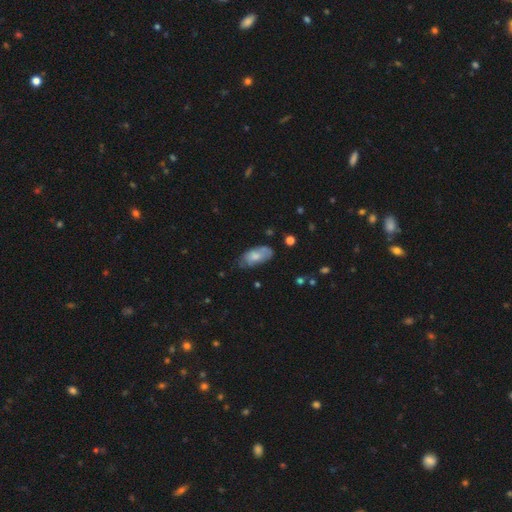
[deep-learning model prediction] Overall: smooth (69%). How rounded: in between (90%). Merging: none (58%; minor disturbance 31%).